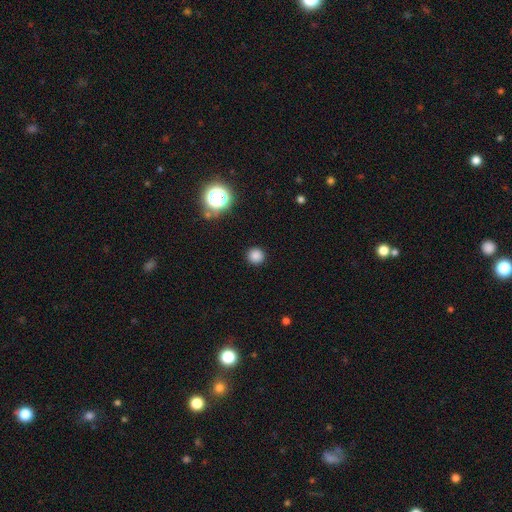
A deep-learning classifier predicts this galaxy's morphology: The model was most divided on "smooth or featured": smooth: 83%, star or artifact: 14%, featured or disk: 3%. More confident: how rounded — round (94%); merging — none (91%).